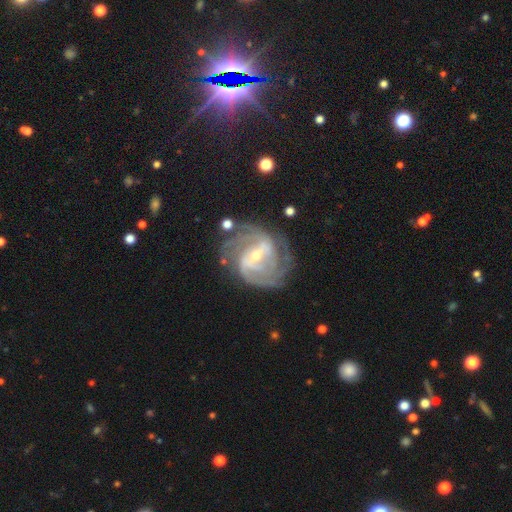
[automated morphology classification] A featured or disk galaxy (90%) with a strong bar (46%), 2 (30%) tight (55%) spiral arms (97%) and a small central bulge (57%). Merging: none (71%).